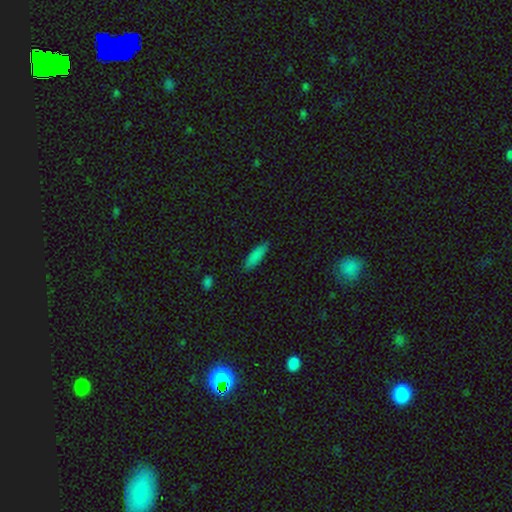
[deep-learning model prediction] This is clearly a smooth galaxy (84%). How rounded: possibly cigar-shaped (50%). Merging: clearly none (84%).